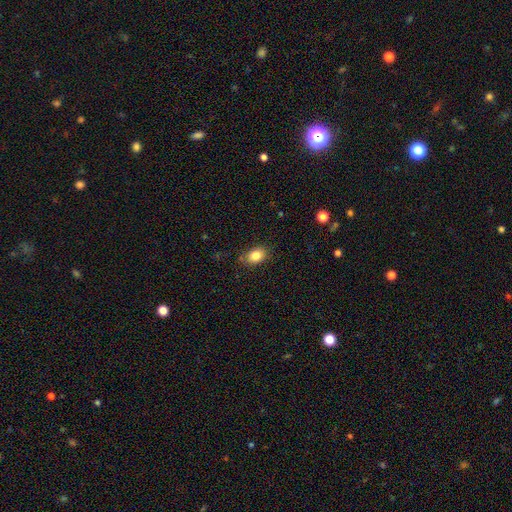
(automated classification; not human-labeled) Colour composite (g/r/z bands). It shows a smooth galaxy with no disk features (84%) that is in between round and cigar-shaped (72%). Merging: none (82%).